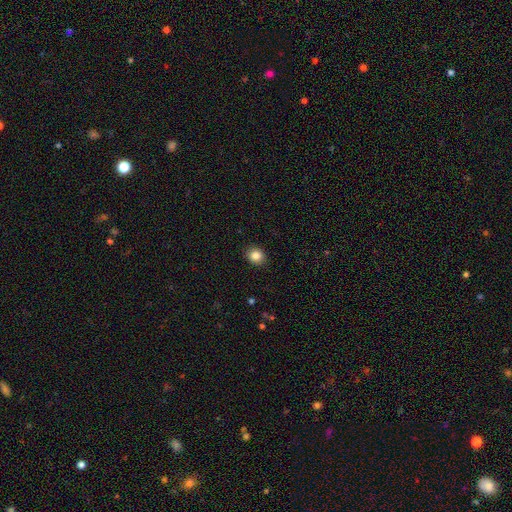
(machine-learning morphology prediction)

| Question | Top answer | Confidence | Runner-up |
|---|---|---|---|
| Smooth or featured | smooth | 85% | star or artifact (10%) |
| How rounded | round | 68% | in between (31%) |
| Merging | none | 90% | minor disturbance (7%) |